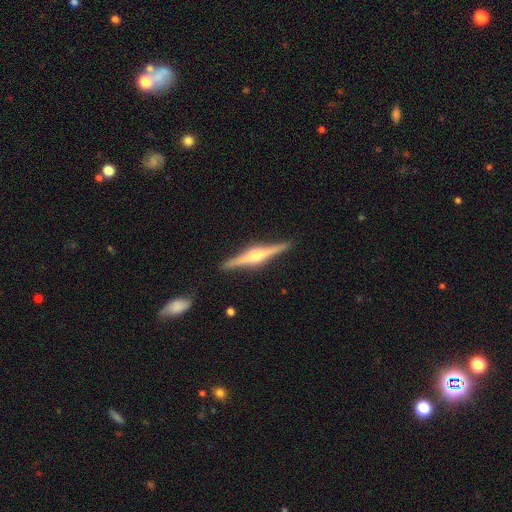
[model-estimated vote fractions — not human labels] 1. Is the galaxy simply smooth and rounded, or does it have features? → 80% featured or disk, 14% smooth, 5% star or artifact.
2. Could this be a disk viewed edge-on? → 98% yes, 2% no.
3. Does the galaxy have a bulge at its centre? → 86% rounded, 10% boxy, 4% none.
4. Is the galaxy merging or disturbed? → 90% none, 7% minor disturbance, 2% merger, 2% major disturbance.